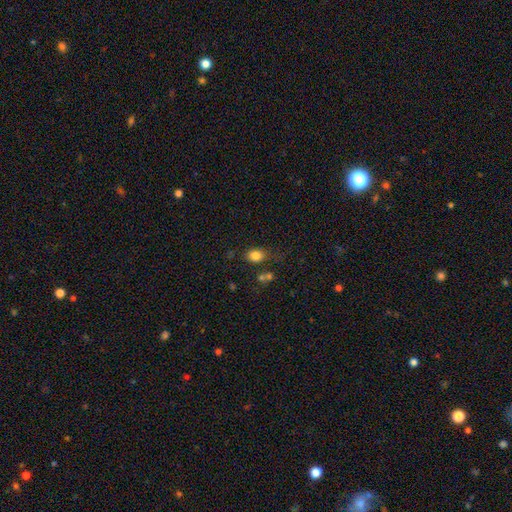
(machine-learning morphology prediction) smooth-or-featured: smooth: 82% | star or artifact: 11% | featured or disk: 7%
  how-rounded: in between: 60% | round: 39% | cigar-shaped: 1%
  merging: none: 64% | minor disturbance: 19% | merger: 9% | major disturbance: 8%